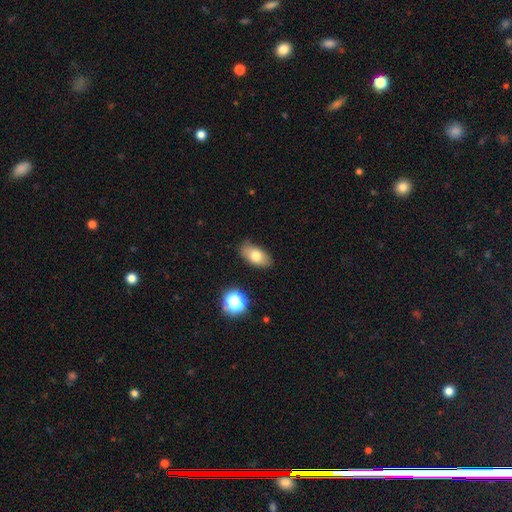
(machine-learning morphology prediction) Smooth or featured? smooth (76%)
How rounded? in between (90%)
Merging? none (81%)